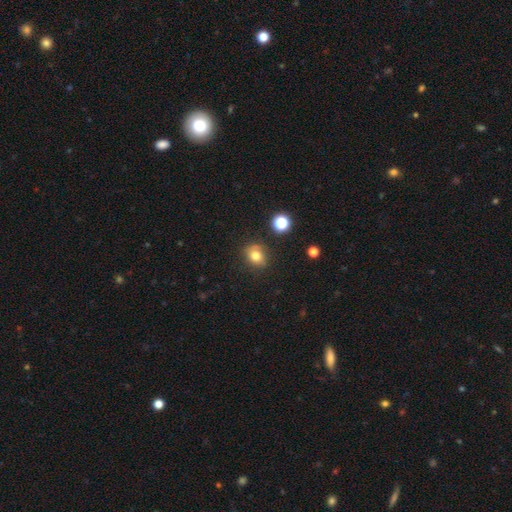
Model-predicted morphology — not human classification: Smooth or featured? Predicted: smooth (p=0.77). How rounded? Predicted: round (p=0.61). Merging? Predicted: none (p=0.77).